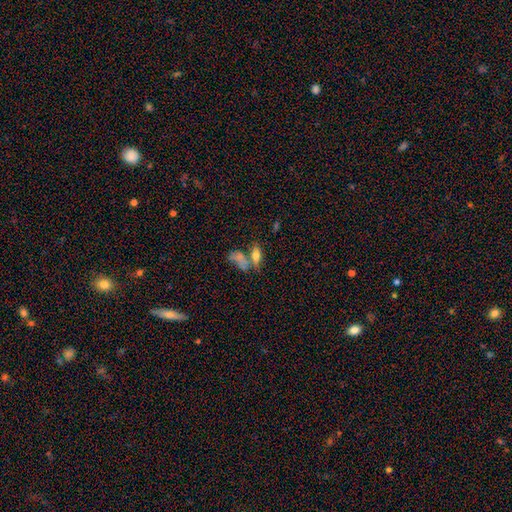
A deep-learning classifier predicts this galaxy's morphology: Smooth or featured? Predicted: smooth (p=0.70). How rounded? Predicted: in between (p=0.76). Merging? Predicted: merger (p=0.41).